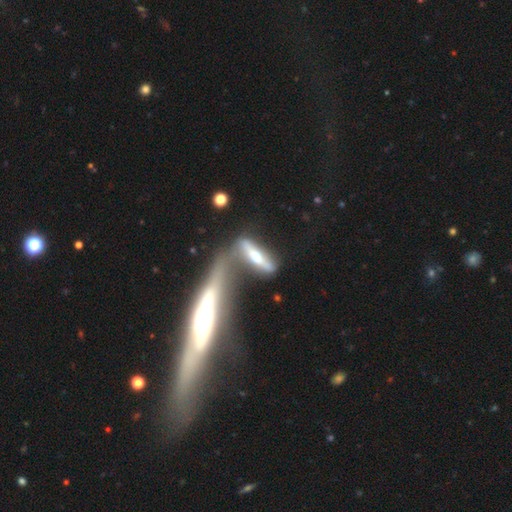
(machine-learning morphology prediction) Smooth or featured: featured or disk — 58% (smooth — 34%)
Edge-on disk: yes — 75% (no — 25%)
Merging: merger — 42% (none — 35%)